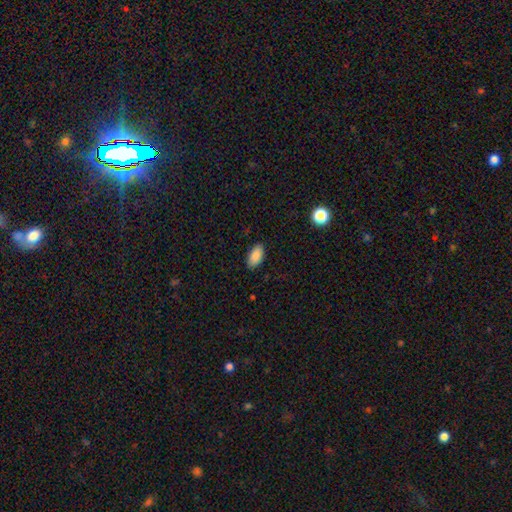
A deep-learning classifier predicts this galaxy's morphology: A smooth galaxy with no disk features (88%) that is in between round and cigar-shaped (94%).

Vote fractions:
- Smooth or featured? smooth: 88% / star or artifact: 7% / featured or disk: 4%
- How rounded? in between: 94% / cigar-shaped: 3% / round: 3%
- Merging? none: 86% / minor disturbance: 10% / major disturbance: 2% / merger: 1%